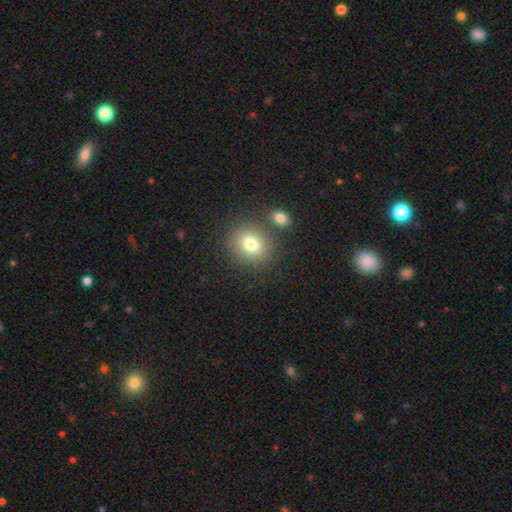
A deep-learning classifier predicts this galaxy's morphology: Smooth or featured? smooth (72%)
How rounded? round (79%)
Merging? none (82%)